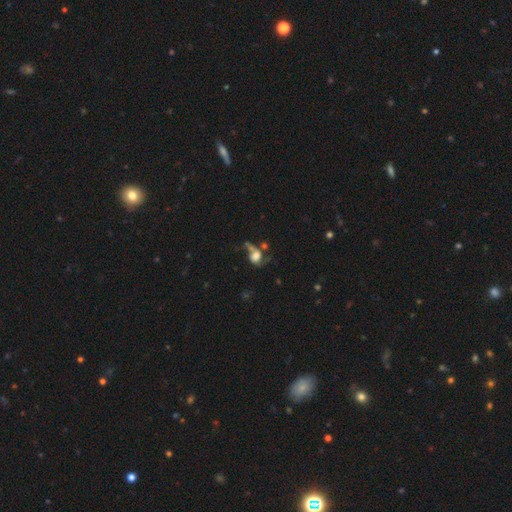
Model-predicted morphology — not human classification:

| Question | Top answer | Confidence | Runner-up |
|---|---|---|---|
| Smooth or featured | smooth | 48% | featured or disk (37%) |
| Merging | major disturbance | 33% | merger (27%) |